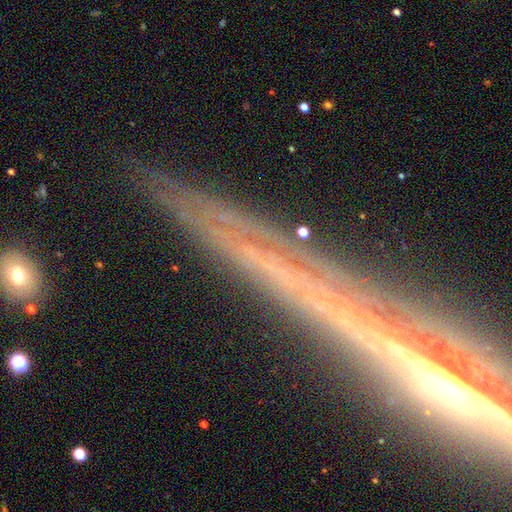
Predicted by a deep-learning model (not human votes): Morphology: type=featured or disk (51%); edge-on=yes (79%); merging=none (85%).